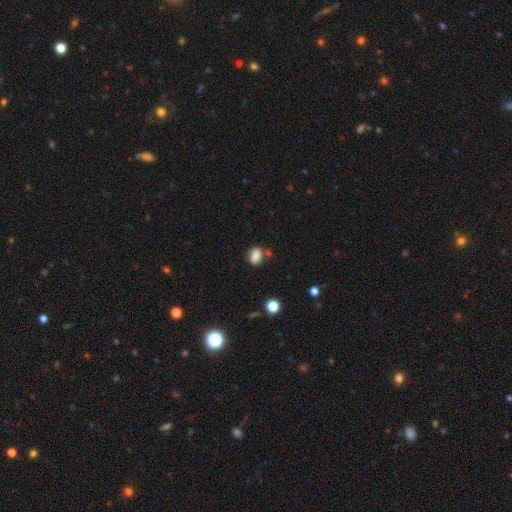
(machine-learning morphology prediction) smooth-or-featured: smooth: 82% | star or artifact: 10% | featured or disk: 7%
  how-rounded: in between: 65% | round: 34% | cigar-shaped: 1%
  merging: none: 66% | minor disturbance: 17% | merger: 13% | major disturbance: 4%